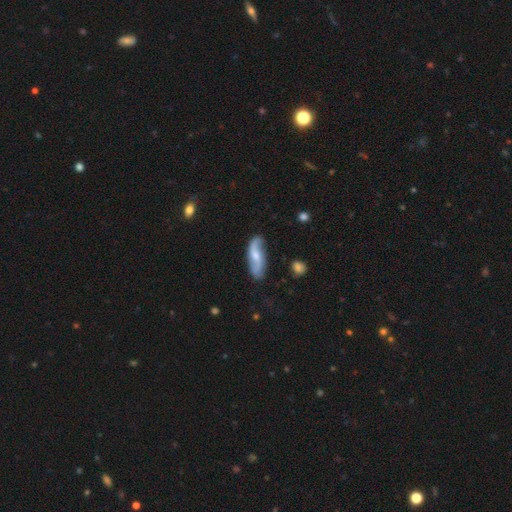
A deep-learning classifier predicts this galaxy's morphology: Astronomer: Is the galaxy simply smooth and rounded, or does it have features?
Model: featured or disk — 72%.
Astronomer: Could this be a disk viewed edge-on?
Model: no — 90%.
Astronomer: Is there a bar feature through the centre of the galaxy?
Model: no — 47% (runner-up: weak, 40%).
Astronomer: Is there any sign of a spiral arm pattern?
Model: yes — 93%.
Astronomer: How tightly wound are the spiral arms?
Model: loose — 74%.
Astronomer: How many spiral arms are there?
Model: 2 — 90%.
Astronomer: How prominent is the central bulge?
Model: moderate — 46% (runner-up: small, 43%).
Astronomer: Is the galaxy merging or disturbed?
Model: none — 76%.